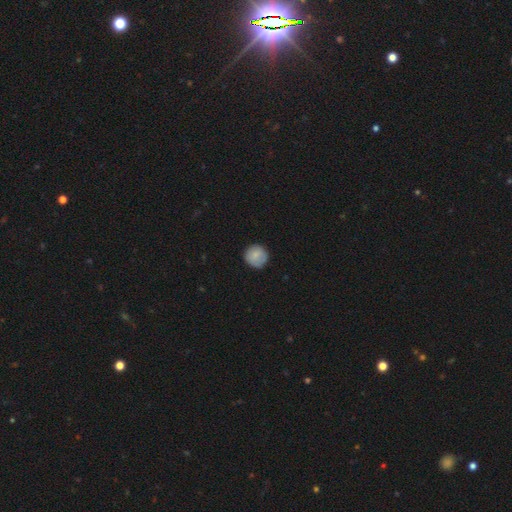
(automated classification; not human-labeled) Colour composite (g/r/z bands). It shows a smooth galaxy with no disk features (83%) that is round (95%). Merging: none (86%).